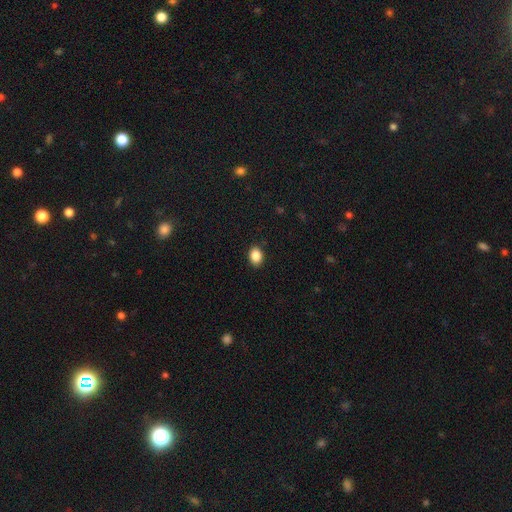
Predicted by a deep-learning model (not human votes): smooth-or-featured: smooth: 87% | star or artifact: 9% | featured or disk: 4%
  how-rounded: in between: 67% | round: 32% | cigar-shaped: 1%
  merging: none: 89% | minor disturbance: 8% | major disturbance: 2% | merger: 1%